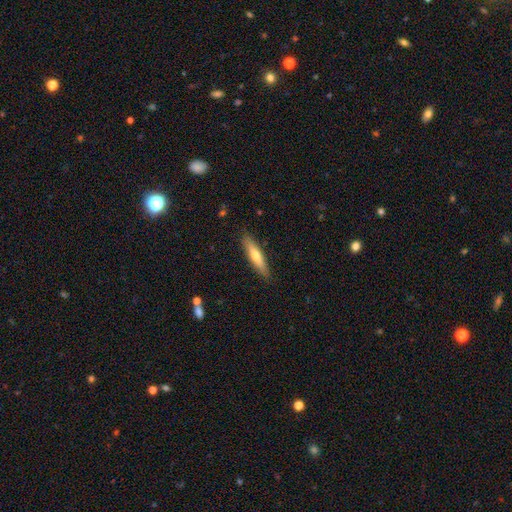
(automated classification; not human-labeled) Smooth or featured? Predicted: smooth (p=0.57). How rounded? Predicted: cigar-shaped (p=0.83). Merging? Predicted: none (p=0.89).